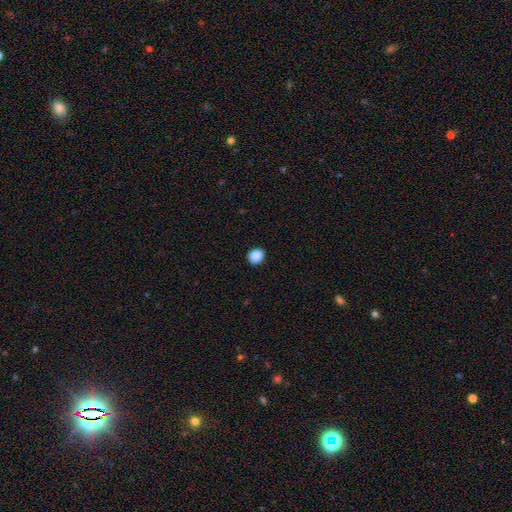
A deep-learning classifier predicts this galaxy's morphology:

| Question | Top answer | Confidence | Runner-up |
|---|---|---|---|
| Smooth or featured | smooth | 89% | star or artifact (9%) |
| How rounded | round | 72% | in between (27%) |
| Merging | none | 91% | minor disturbance (7%) |